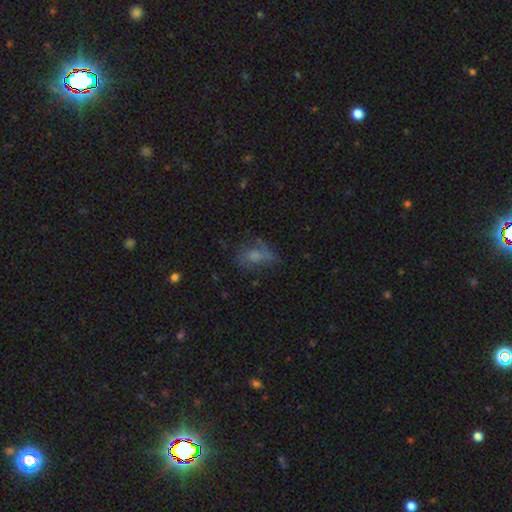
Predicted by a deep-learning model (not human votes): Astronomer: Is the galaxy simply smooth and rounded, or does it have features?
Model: smooth — 52% (runner-up: featured or disk, 31%).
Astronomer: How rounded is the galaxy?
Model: in between — 76%.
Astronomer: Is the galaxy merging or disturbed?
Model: none — 45% (runner-up: minor disturbance, 26%).